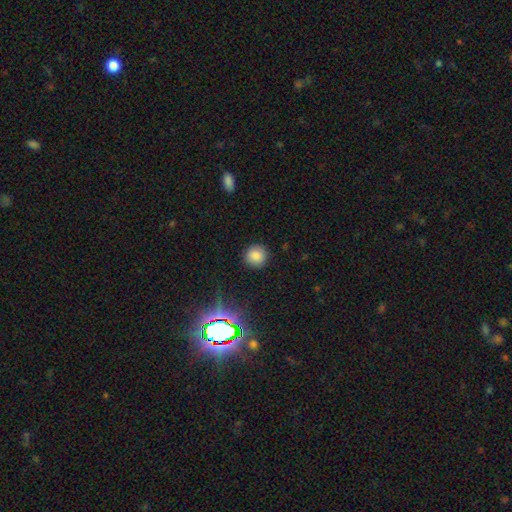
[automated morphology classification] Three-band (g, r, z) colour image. It shows a smooth galaxy with no disk features (81%) that is round (93%). Merging: none (89%).